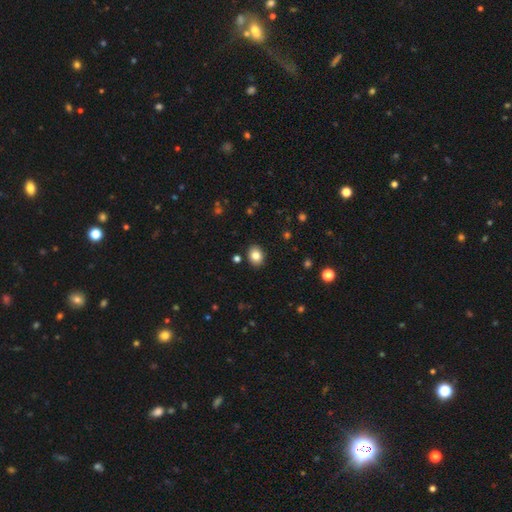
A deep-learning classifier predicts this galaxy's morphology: smooth-or-featured: smooth: 83% | star or artifact: 9% | featured or disk: 8%
  how-rounded: in between: 59% | round: 40% | cigar-shaped: 1%
  merging: none: 89% | minor disturbance: 8% | major disturbance: 2% | merger: 2%